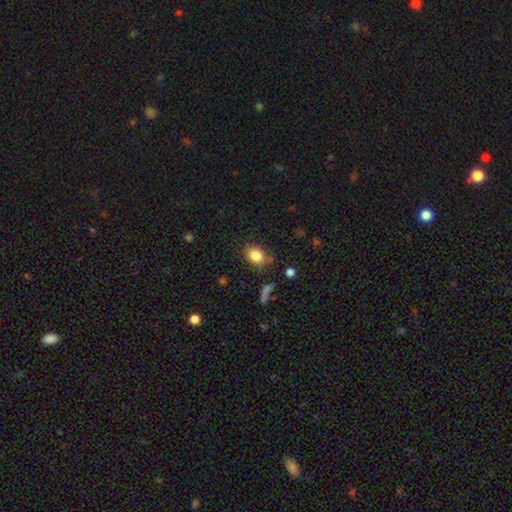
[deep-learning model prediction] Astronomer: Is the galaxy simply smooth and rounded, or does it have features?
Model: smooth — 83%.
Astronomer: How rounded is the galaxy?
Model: in between — 63%.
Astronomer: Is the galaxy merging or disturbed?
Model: none — 77%.